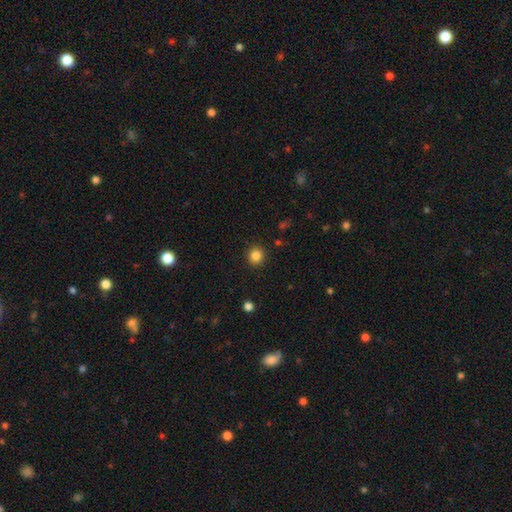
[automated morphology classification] A smooth galaxy with no disk features (84%) that is round (90%). Merging: none (91%).